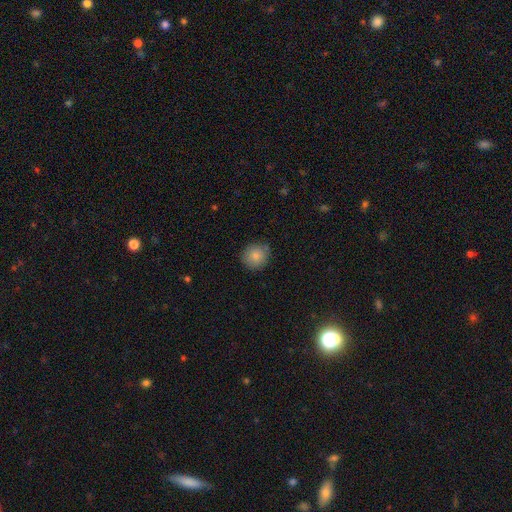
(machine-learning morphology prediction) This appears to be a smooth galaxy with no disk features (84%) that is round (89%). Merging: none (85%).